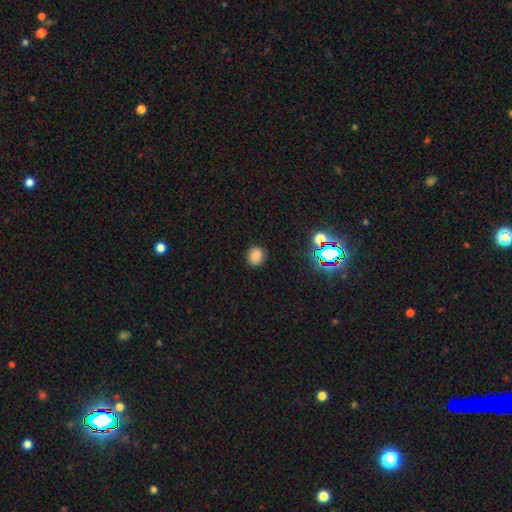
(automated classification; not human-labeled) Overall: smooth (80%). How rounded: round (79%). Merging: none (87%).